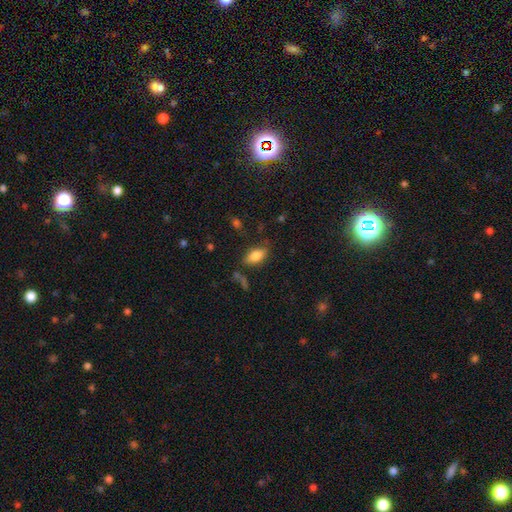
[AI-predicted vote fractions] Smooth or featured? smooth (80%)
How rounded? in between (89%)
Merging? none (77%)